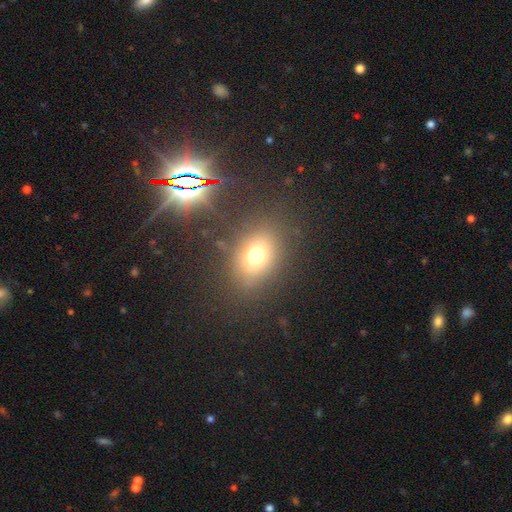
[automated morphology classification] Smooth or featured?
  - smooth: 68% *
  - star or artifact: 19%
  - featured or disk: 13%
How rounded?
  - in between: 62% *
  - round: 37%
  - cigar-shaped: 2%
Merging?
  - none: 79% *
  - minor disturbance: 12%
  - major disturbance: 6%
  - merger: 3%